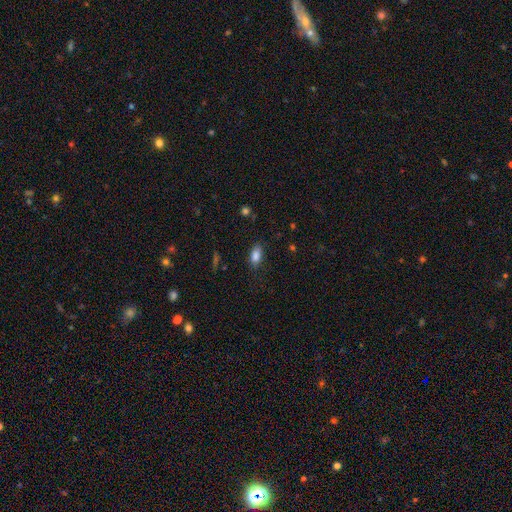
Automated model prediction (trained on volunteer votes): smooth_or_featured: smooth (p=0.85) [alt: star or artifact p=0.09]
how_rounded: in between (p=0.88) [alt: cigar-shaped p=0.07]
merging: none (p=0.80) [alt: minor disturbance p=0.15]